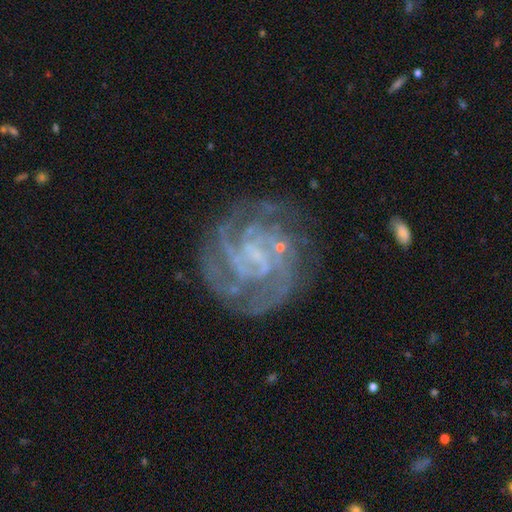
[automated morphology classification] type=featured or disk (87%); edge-on=no (98%); bar=weak (43%); spiral arms=yes (95%); winding=tight (62%); arm count=3 (27%); bulge=none (46%); merging=none (72%).